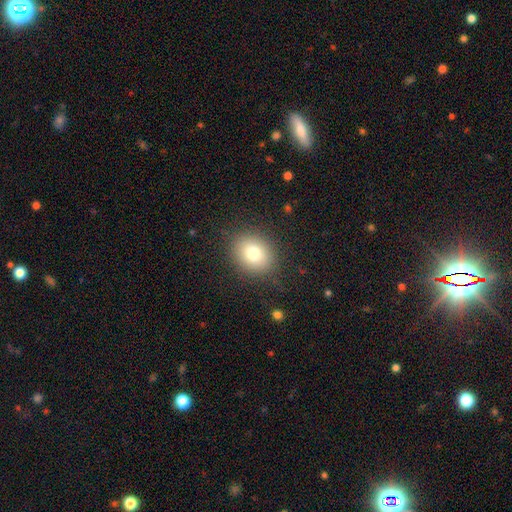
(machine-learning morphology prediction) Smooth or featured: smooth — 79% (star or artifact — 11%)
How rounded: round — 65% (in between — 35%)
Merging: none — 85% (minor disturbance — 10%)